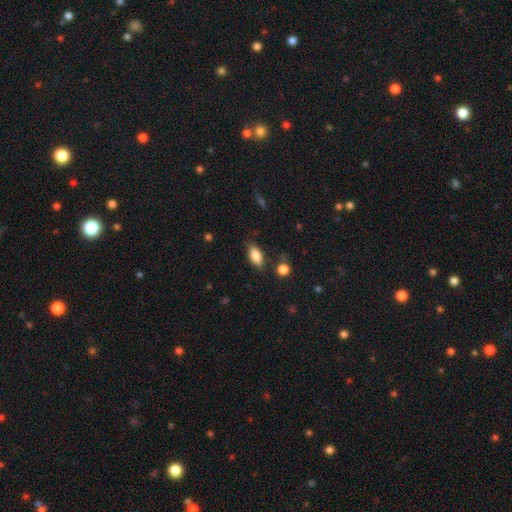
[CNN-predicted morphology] smooth_or_featured: smooth (p=0.82) [alt: featured or disk p=0.10]
how_rounded: in between (p=0.88) [alt: cigar-shaped p=0.07]
merging: none (p=0.77) [alt: minor disturbance p=0.16]